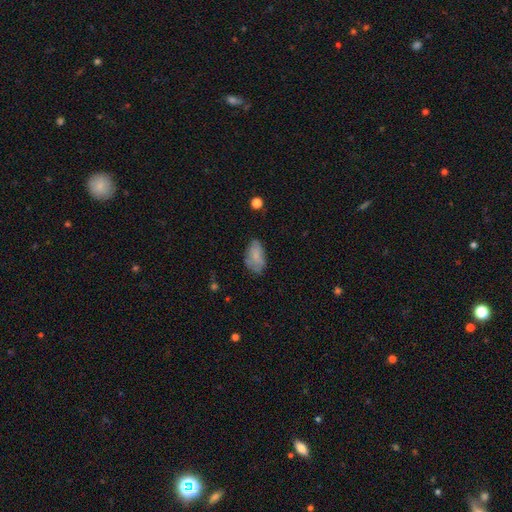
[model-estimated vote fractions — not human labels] Smooth or featured: smooth — 71% (featured or disk — 20%)
How rounded: in between — 92% (round — 5%)
Merging: none — 55% (minor disturbance — 30%)